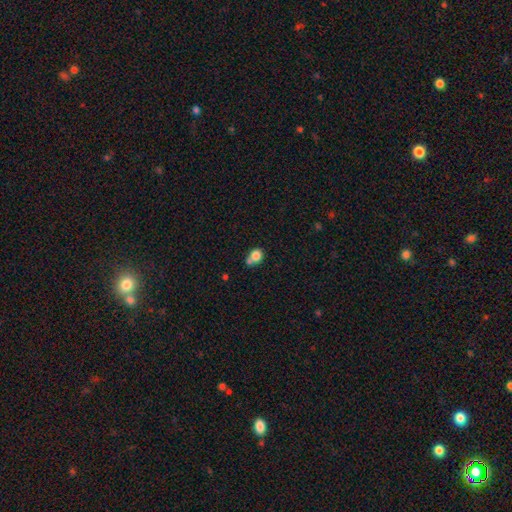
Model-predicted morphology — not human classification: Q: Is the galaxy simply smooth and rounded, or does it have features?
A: smooth — 81%.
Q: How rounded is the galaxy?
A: round — 63%.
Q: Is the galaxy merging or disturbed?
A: none — 43%.